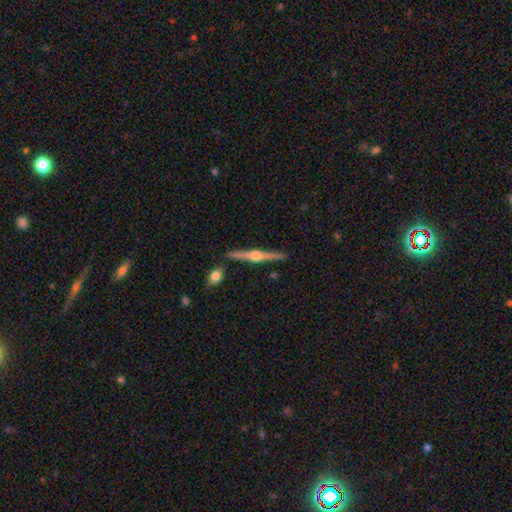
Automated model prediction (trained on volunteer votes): A featured or disk galaxy (83%) viewed edge-on (98%) with a rounded central bulge (93%).

Vote fractions:
- Smooth or featured? featured or disk: 83% / smooth: 12% / star or artifact: 5%
- Edge-on disk? yes: 98% / no: 2%
- Edge-on bulge? rounded: 93% / boxy: 4% / none: 3%
- Merging? none: 89% / minor disturbance: 6% / merger: 3% / major disturbance: 2%